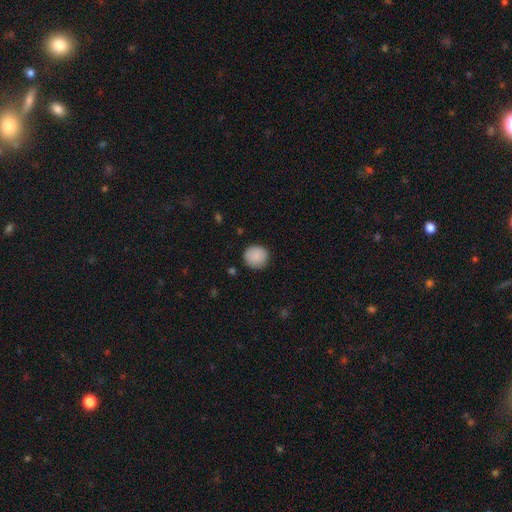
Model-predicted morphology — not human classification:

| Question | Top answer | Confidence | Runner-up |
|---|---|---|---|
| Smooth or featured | smooth | 89% | star or artifact (7%) |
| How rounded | round | 92% | in between (7%) |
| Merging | none | 90% | minor disturbance (7%) |